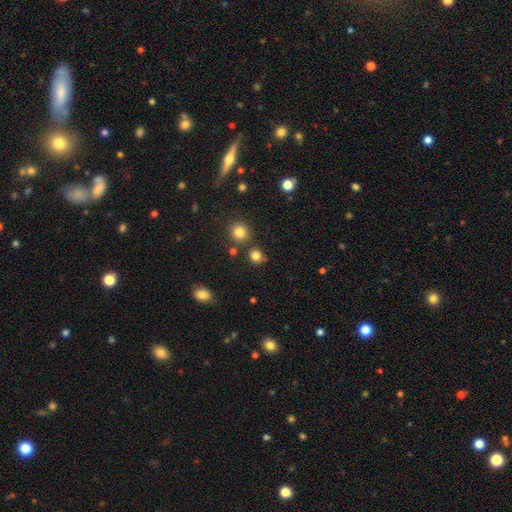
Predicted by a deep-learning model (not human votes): smooth_or_featured: smooth (p=0.81) [alt: star or artifact p=0.14]
how_rounded: round (p=0.87) [alt: in between p=0.12]
merging: none (p=0.78) [alt: merger p=0.10]